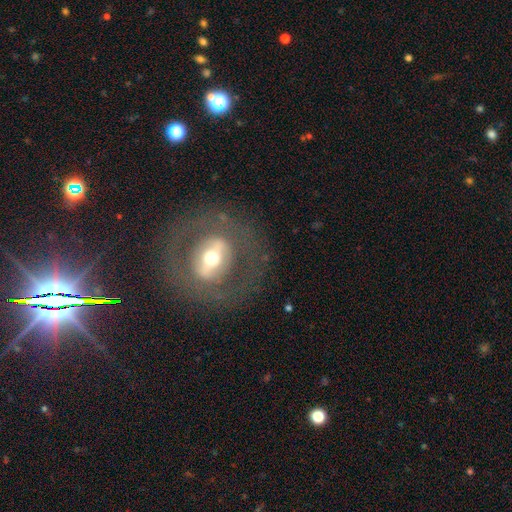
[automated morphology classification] Q: Smooth or featured?
A: featured or disk (65%); runner-up: star or artifact (18%)
Q: Edge-on disk?
A: no (89%); runner-up: yes (11%)
Q: Bar?
A: strong (43%); runner-up: weak (31%)
Q: Spiral arms?
A: no (56%); runner-up: yes (44%)
Q: Bulge size?
A: moderate (58%); runner-up: small (30%)
Q: Merging?
A: none (78%); runner-up: minor disturbance (10%)